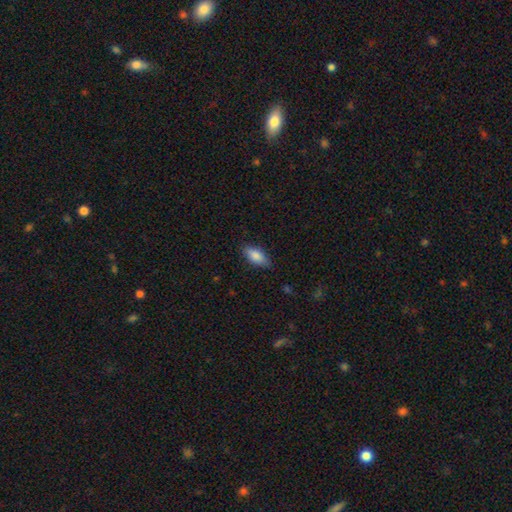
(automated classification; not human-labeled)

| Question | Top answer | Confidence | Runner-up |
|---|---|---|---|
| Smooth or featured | smooth | 84% | featured or disk (9%) |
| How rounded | in between | 85% | cigar-shaped (12%) |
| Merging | none | 83% | minor disturbance (13%) |